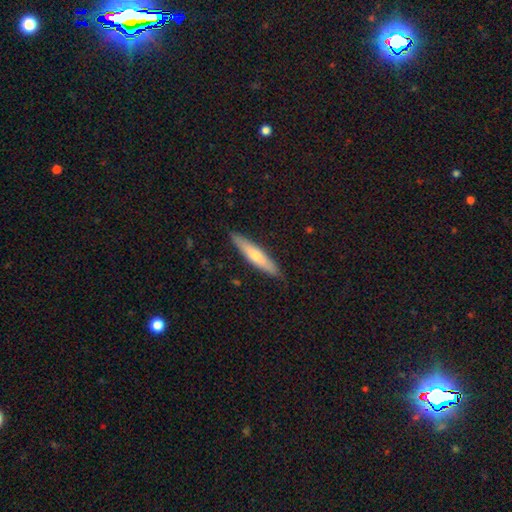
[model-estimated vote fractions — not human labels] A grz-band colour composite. It shows a smooth galaxy with no disk features (58%) that is cigar-shaped (89%). Merging: none (88%).